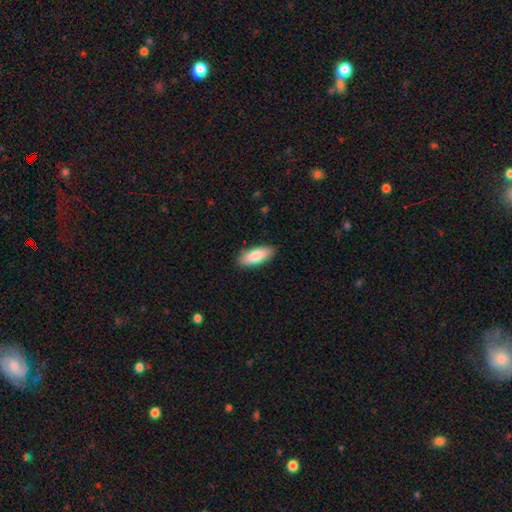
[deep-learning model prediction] Smooth or featured?
  - smooth: 84% *
  - featured or disk: 10%
  - star or artifact: 5%
How rounded?
  - in between: 75% *
  - cigar-shaped: 23%
  - round: 2%
Merging?
  - none: 88% *
  - minor disturbance: 9%
  - major disturbance: 2%
  - merger: 1%